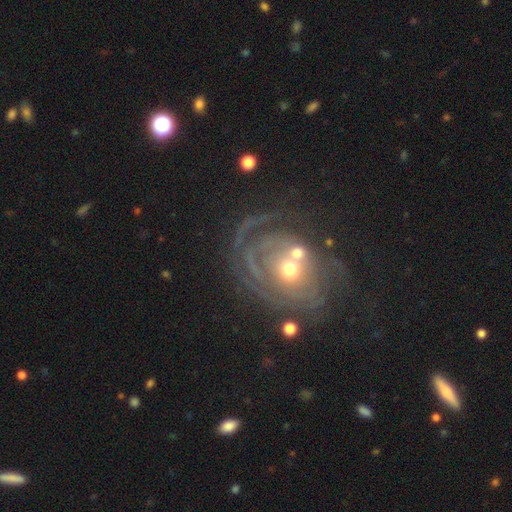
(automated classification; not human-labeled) This appears to be a featured or disk galaxy (77%) with no bar (74%), tight (66%) spiral arms (84%) and a small central bulge (48%). Merging: none (57%).